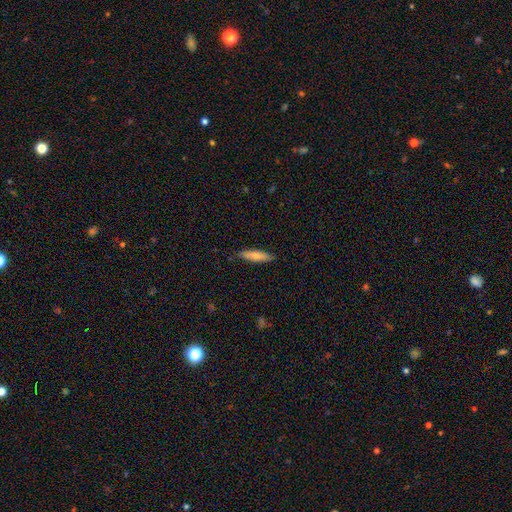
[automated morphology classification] This is likely a smooth galaxy (72%). How rounded: likely cigar-shaped (73%). Merging: clearly none (85%).